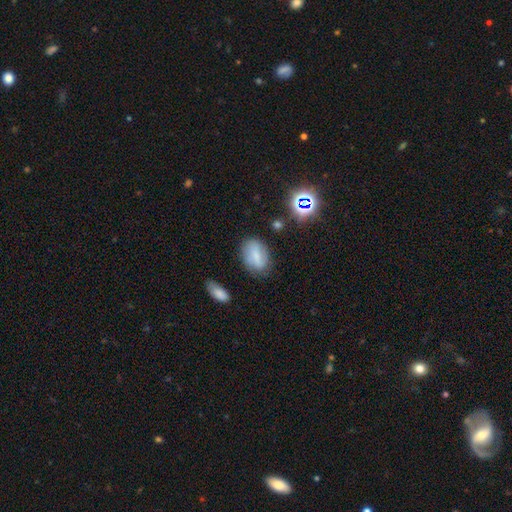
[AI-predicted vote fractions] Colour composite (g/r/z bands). It shows a smooth galaxy with no disk features (68%) that is in between round and cigar-shaped (85%). Merging: none (69%).